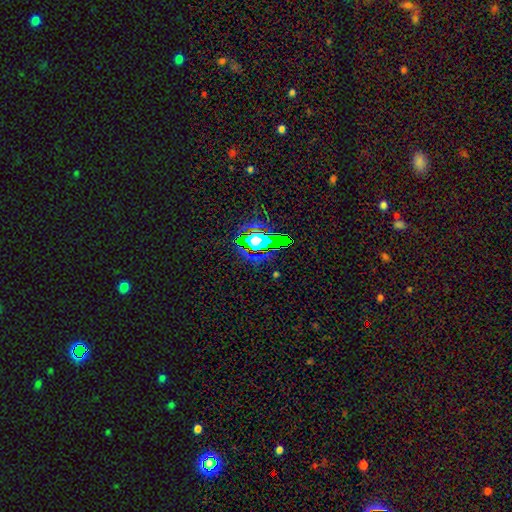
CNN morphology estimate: smooth_or_featured: star or artifact (p=0.81) [alt: smooth p=0.11]